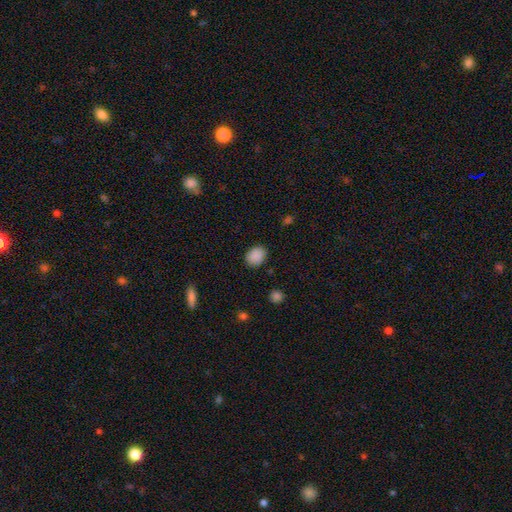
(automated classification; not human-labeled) This is clearly a smooth galaxy (88%). How rounded: possibly in between (51%). Merging: clearly none (84%).